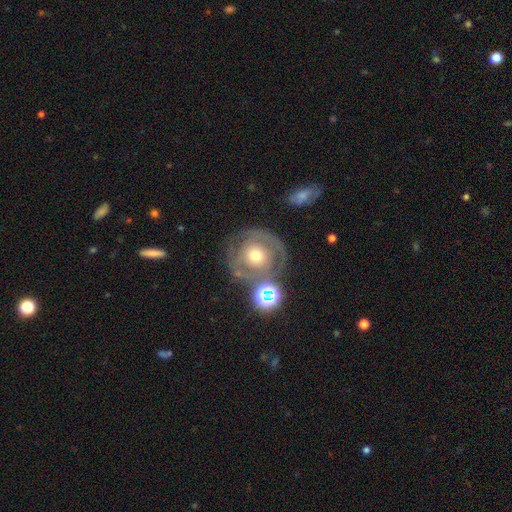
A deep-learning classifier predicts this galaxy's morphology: Overall: featured or disk (60%; smooth 29%). Edge-on disk: no (96%). Bar: no (82%). Spiral arms: yes (57%; no 43%). Bulge size: moderate (66%). Merging: none (58%).